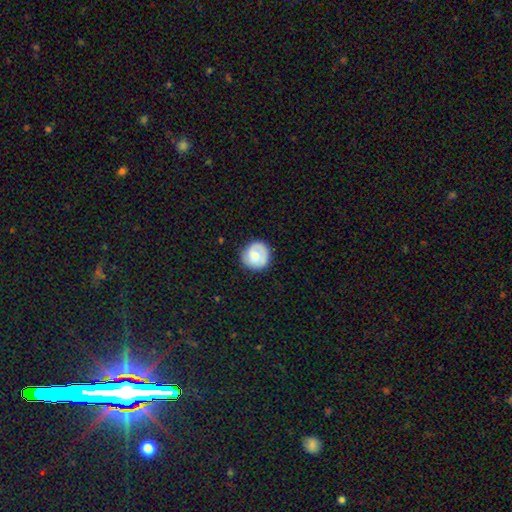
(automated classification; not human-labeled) Smooth or featured: smooth — 69% (featured or disk — 25%)
How rounded: round — 91% (in between — 8%)
Merging: none — 81% (minor disturbance — 14%)